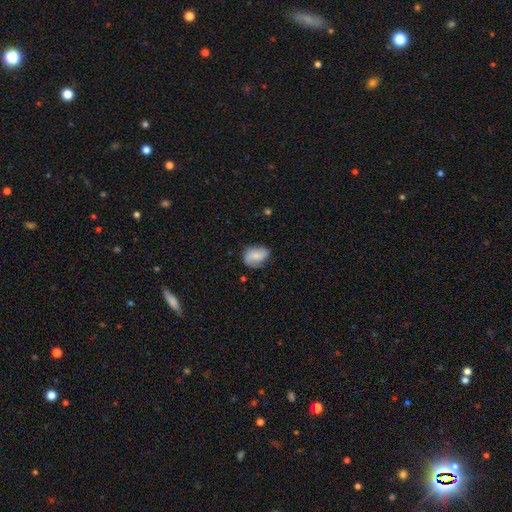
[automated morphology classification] A smooth galaxy with no disk features (64%) that is in between round and cigar-shaped (71%).

Vote fractions:
- Smooth or featured? smooth: 64% / featured or disk: 29% / star or artifact: 8%
- How rounded? in between: 71% / round: 27% / cigar-shaped: 2%
- Merging? none: 63% / minor disturbance: 28% / major disturbance: 7% / merger: 2%